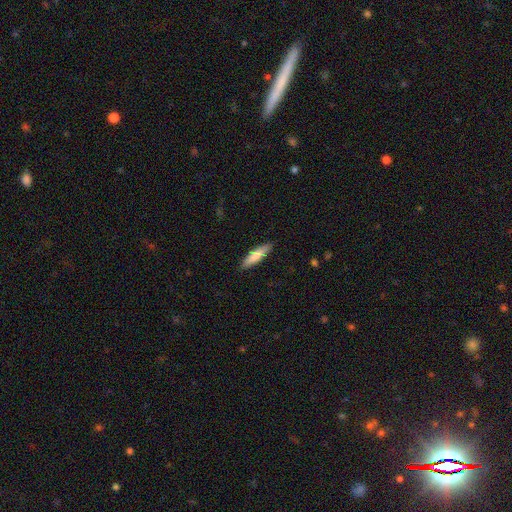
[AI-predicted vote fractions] A smooth galaxy with no disk features (77%) that is cigar-shaped (78%). Merging: none (88%).